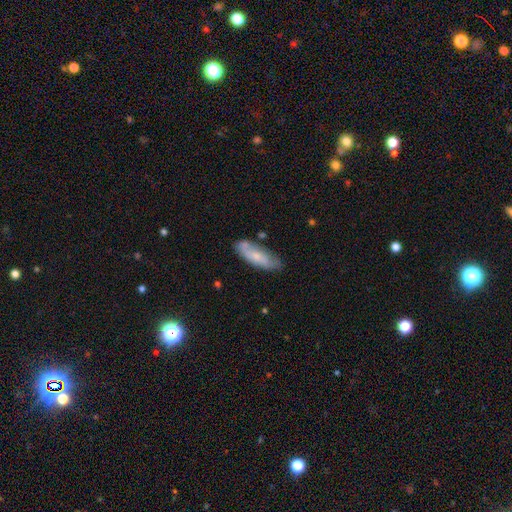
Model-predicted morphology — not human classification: A smooth galaxy with no disk features (55%) that is in between round and cigar-shaped (58%). Merging: none (67%).